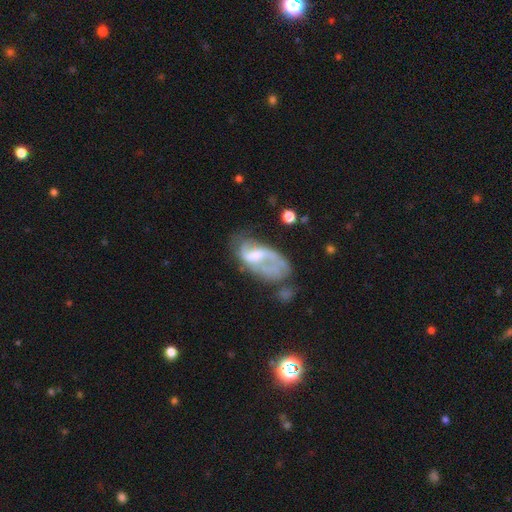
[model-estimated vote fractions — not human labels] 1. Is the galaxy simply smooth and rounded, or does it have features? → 65% featured or disk, 26% smooth, 9% star or artifact.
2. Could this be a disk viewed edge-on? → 95% no, 5% yes.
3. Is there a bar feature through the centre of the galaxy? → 43% weak, 37% no, 19% strong.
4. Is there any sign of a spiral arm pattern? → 65% yes, 35% no.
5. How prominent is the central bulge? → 34% moderate, 28% none, 27% small, 9% large, 2% dominant.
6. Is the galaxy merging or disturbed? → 34% major disturbance, 31% none, 22% minor disturbance, 13% merger.